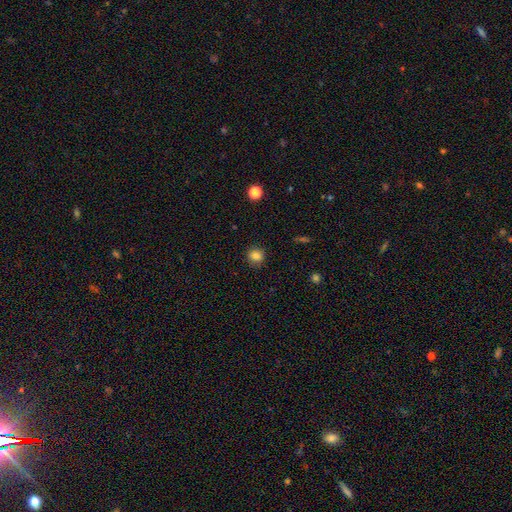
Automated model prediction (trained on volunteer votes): Smooth or featured? Predicted: smooth (p=0.84). How rounded? Predicted: round (p=0.89). Merging? Predicted: none (p=0.89).